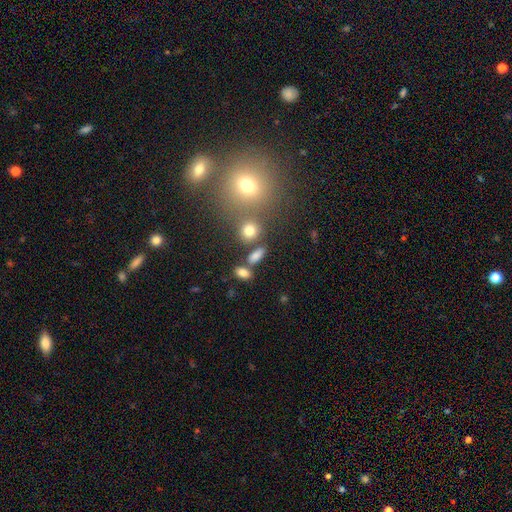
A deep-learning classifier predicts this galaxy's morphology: Smooth or featured? Predicted: smooth (p=0.78). How rounded? Predicted: in between (p=0.72). Merging? Predicted: none (p=0.68).